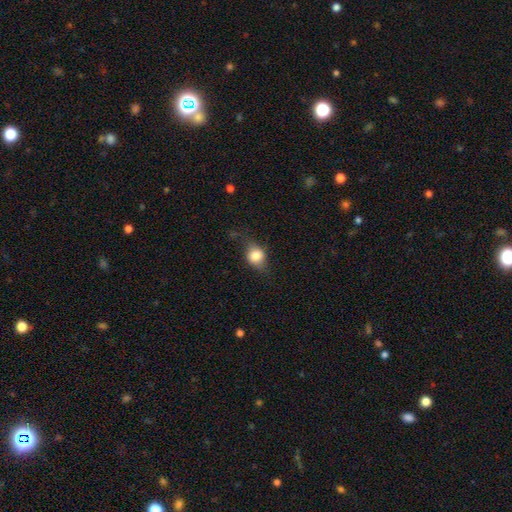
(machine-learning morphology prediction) A smooth galaxy with no disk features (73%) that is round (60%). Merging: none (64%).